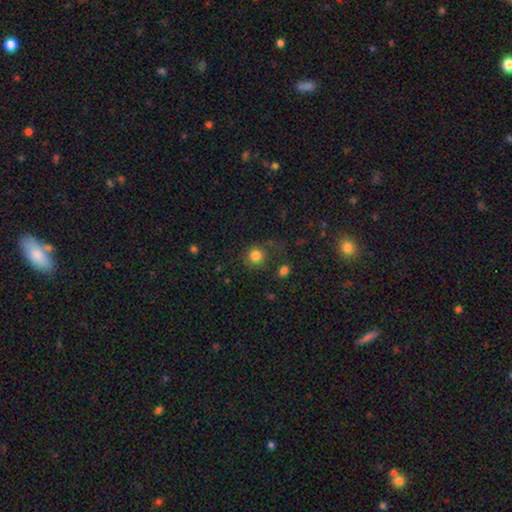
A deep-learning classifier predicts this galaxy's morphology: Smooth or featured? smooth (82%)
How rounded? round (89%)
Merging? none (67%)